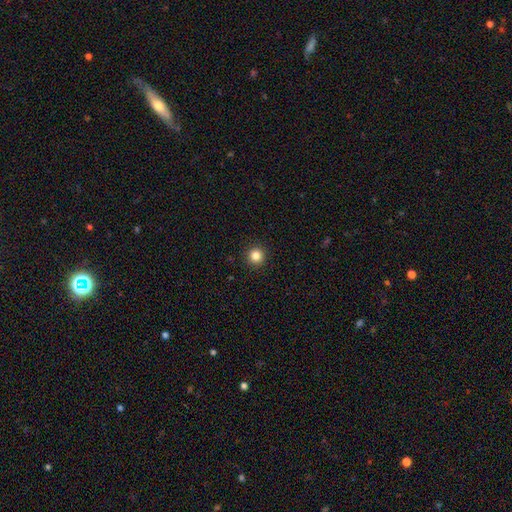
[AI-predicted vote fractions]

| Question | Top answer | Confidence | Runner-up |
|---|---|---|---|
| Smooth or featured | smooth | 84% | star or artifact (12%) |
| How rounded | round | 96% | in between (3%) |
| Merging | none | 93% | minor disturbance (4%) |